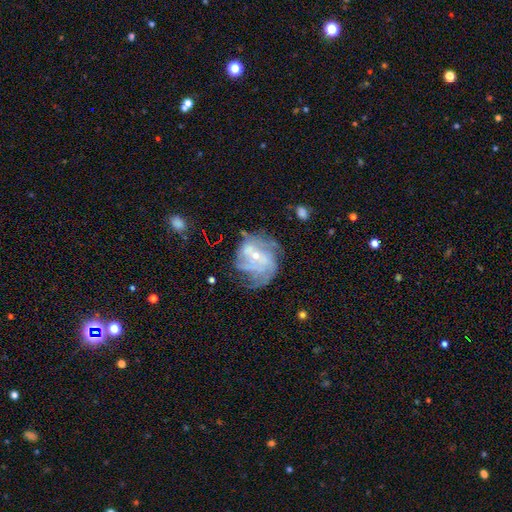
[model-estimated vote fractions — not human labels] This appears to be a featured or disk galaxy (79%) with no bar (57%), tight (40%, tied with medium) spiral arms (85%) and a small central bulge (72%). Merging: none (51%).